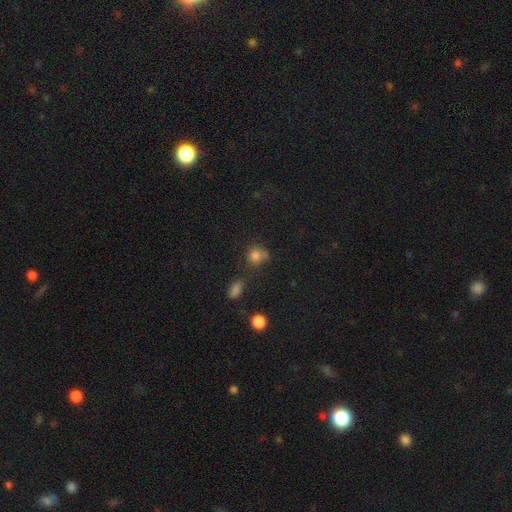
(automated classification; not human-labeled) smooth_or_featured: smooth (p=0.78) [alt: star or artifact p=0.14]
how_rounded: round (p=0.71) [alt: in between p=0.27]
merging: none (p=0.49) [alt: minor disturbance p=0.23]